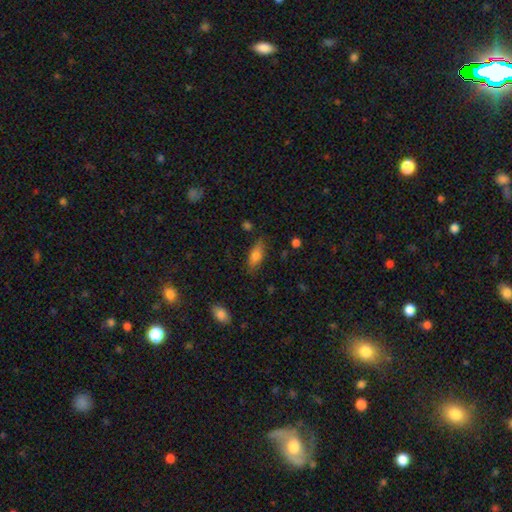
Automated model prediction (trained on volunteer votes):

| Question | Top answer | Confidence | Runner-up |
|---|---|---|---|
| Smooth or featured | smooth | 76% | featured or disk (16%) |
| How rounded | in between | 74% | cigar-shaped (23%) |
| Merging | none | 77% | minor disturbance (16%) |